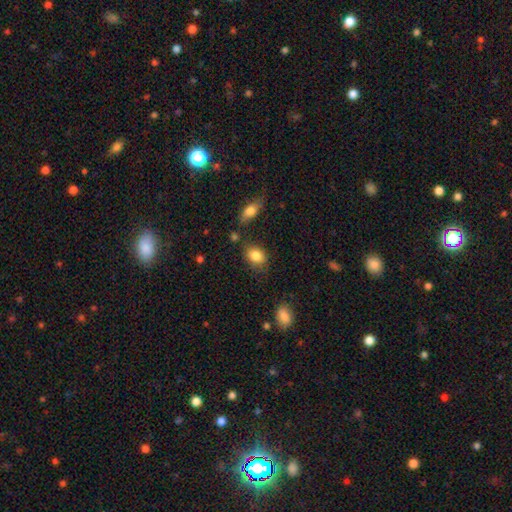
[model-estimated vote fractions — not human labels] smooth_or_featured: smooth (p=0.85) [alt: star or artifact p=0.08]
how_rounded: in between (p=0.72) [alt: round p=0.27]
merging: none (p=0.70) [alt: minor disturbance p=0.19]